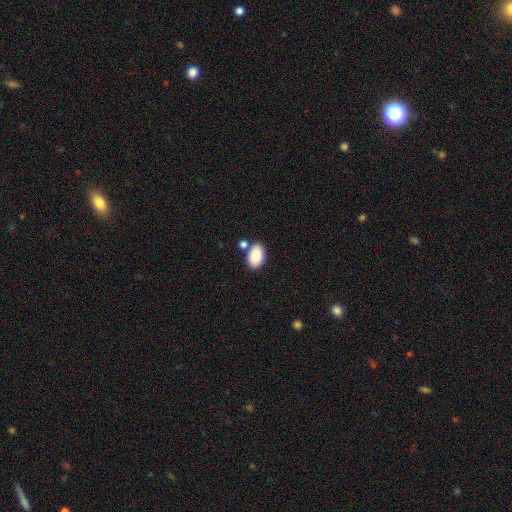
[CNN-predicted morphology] This is clearly a smooth galaxy (86%). How rounded: clearly in between (89%). Merging: likely none (68%).